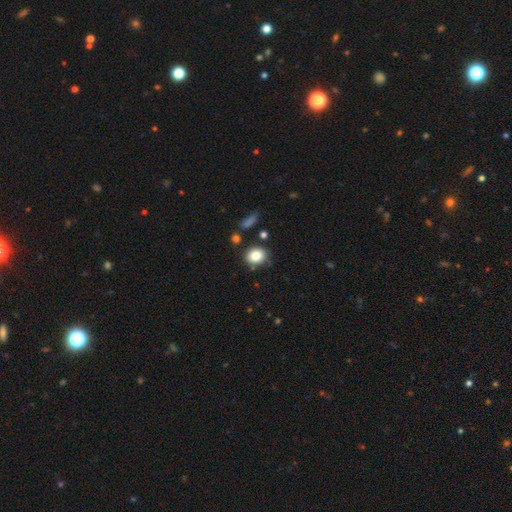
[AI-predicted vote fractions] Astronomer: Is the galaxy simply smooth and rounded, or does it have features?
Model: smooth — 82%.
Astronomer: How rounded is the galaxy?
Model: round — 66%.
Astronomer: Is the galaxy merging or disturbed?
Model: none — 82%.